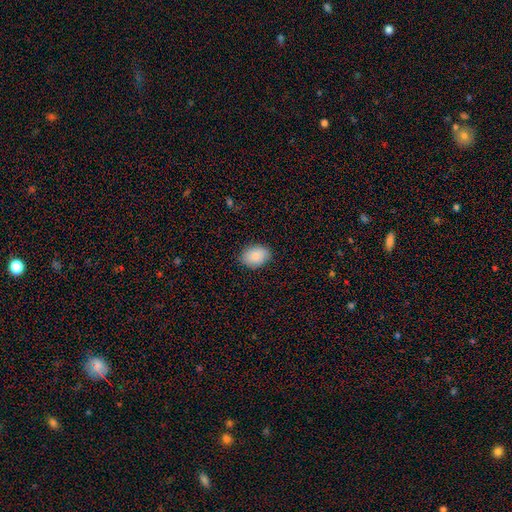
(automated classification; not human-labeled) A smooth galaxy with no disk features (87%) that is in between round and cigar-shaped (75%).

Vote fractions:
- Smooth or featured? smooth: 87% / star or artifact: 7% / featured or disk: 6%
- How rounded? in between: 75% / round: 24% / cigar-shaped: 1%
- Merging? none: 86% / minor disturbance: 10% / major disturbance: 2% / merger: 1%